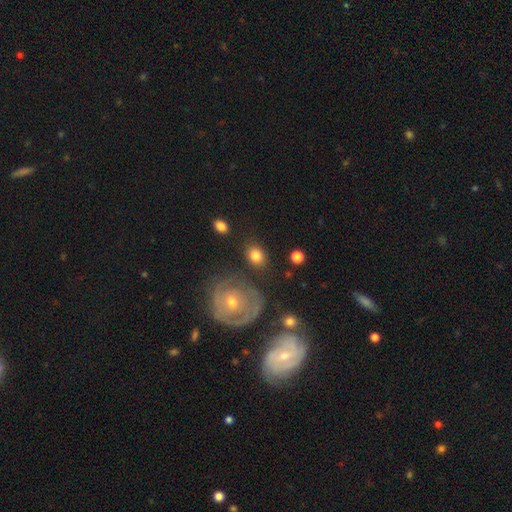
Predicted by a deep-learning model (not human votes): The model was most divided on "how rounded": round: 50%, in between: 49%, cigar-shaped: 1%. More confident: merging — none (78%); smooth or featured — smooth (77%).